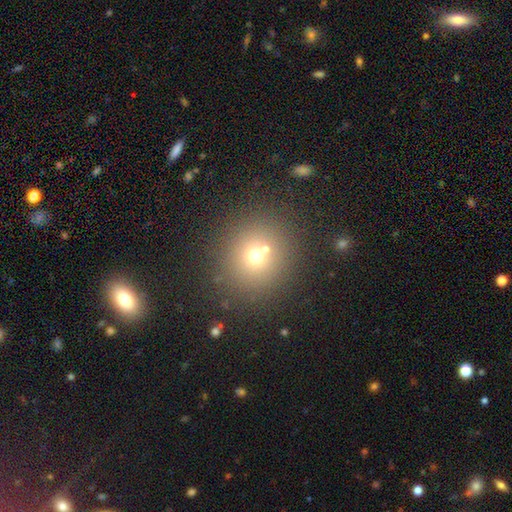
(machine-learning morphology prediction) smooth-or-featured: smooth: 66% | star or artifact: 21% | featured or disk: 13%
  how-rounded: round: 90% | in between: 9% | cigar-shaped: 1%
  merging: none: 74% | merger: 14% | minor disturbance: 8% | major disturbance: 4%